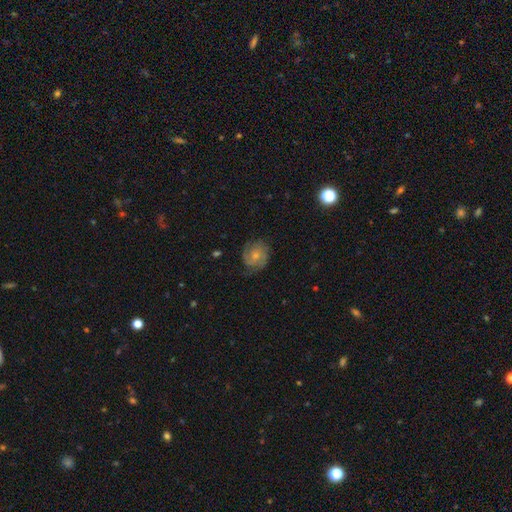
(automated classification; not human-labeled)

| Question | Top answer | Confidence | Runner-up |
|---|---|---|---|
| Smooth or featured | featured or disk | 62% | smooth (31%) |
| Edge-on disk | no | 97% | yes (3%) |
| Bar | no | 73% | weak (24%) |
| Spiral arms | yes | 89% | no (11%) |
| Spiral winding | tight | 50% | medium (37%) |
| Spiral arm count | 2 | 56% | can't tell (21%) |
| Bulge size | small | 51% | moderate (43%) |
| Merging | none | 69% | minor disturbance (22%) |